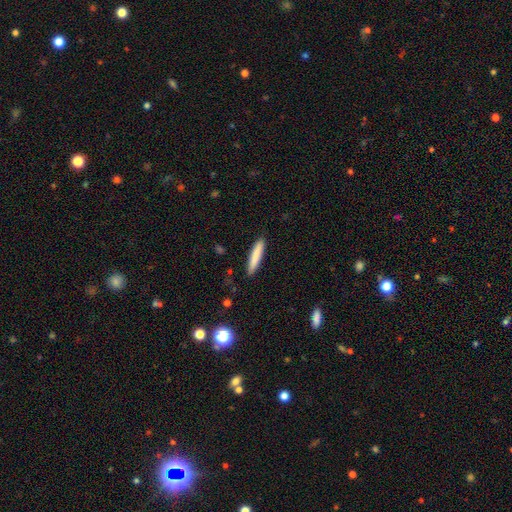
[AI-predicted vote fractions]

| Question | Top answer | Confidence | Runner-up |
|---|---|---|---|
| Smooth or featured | smooth | 82% | featured or disk (12%) |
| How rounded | cigar-shaped | 90% | in between (9%) |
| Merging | none | 89% | minor disturbance (8%) |